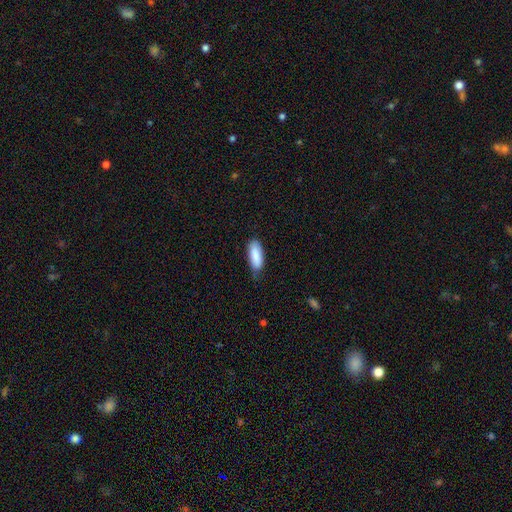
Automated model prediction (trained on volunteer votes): Smooth or featured? smooth (88%)
How rounded? in between (73%)
Merging? none (68%)